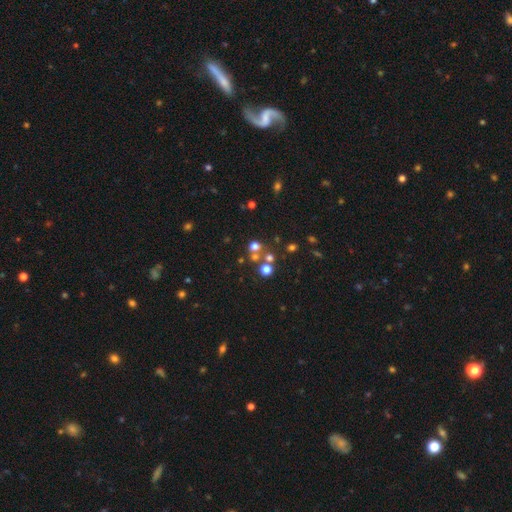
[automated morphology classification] Smooth or featured?
  - smooth: 45% *
  - star or artifact: 41%
  - featured or disk: 14%
Merging?
  - none: 64% *
  - merger: 25%
  - minor disturbance: 7%
  - major disturbance: 4%